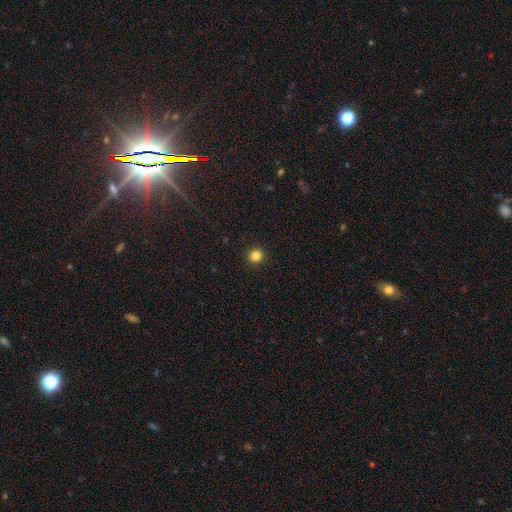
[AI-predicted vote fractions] The model was most divided on "smooth or featured": smooth: 84%, star or artifact: 12%, featured or disk: 4%. More confident: how rounded — round (93%); merging — none (93%).